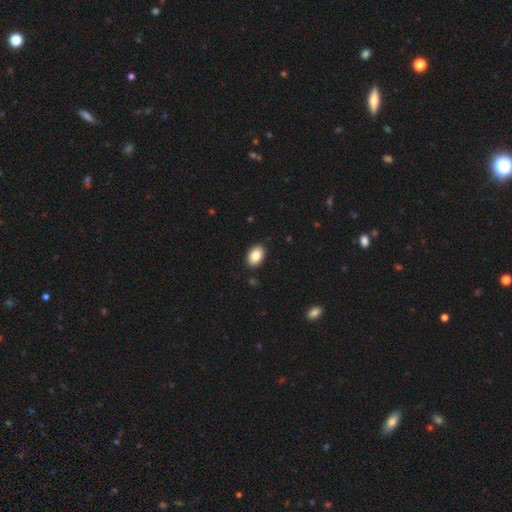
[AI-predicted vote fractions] Overall: smooth (86%). How rounded: in between (89%). Merging: none (90%).